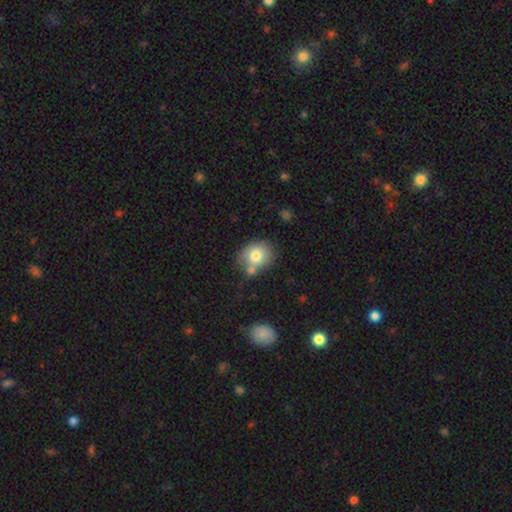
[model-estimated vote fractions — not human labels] smooth-or-featured: smooth: 77% | featured or disk: 14% | star or artifact: 9%
  how-rounded: round: 59% | in between: 40% | cigar-shaped: 1%
  merging: none: 56% | merger: 22% | minor disturbance: 17% | major disturbance: 5%